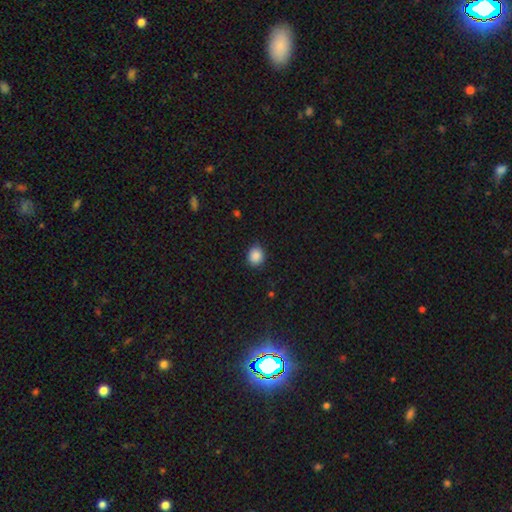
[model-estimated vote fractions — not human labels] A smooth galaxy with no disk features (88%) that is round (70%). Merging: none (85%).